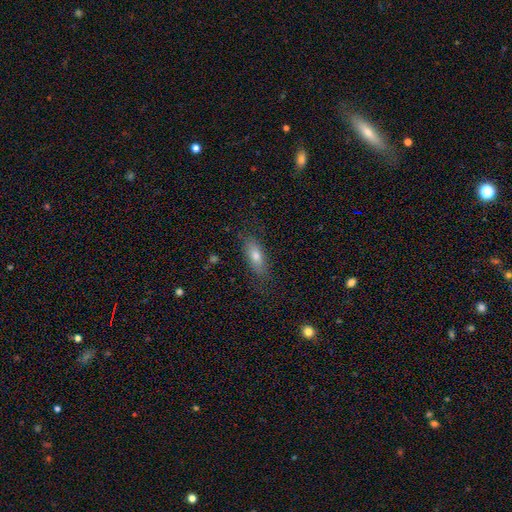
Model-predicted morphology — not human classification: This is likely a smooth galaxy (70%). How rounded: likely in between (67%). Merging: likely none (79%).